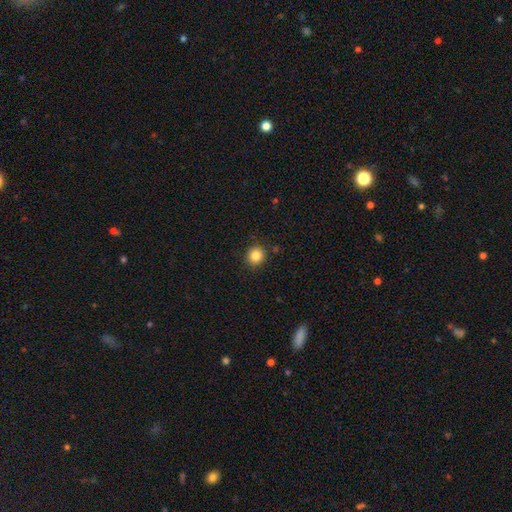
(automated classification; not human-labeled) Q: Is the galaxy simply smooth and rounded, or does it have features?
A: smooth — 84%.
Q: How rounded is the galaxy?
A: round — 90%.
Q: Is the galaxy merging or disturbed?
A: none — 90%.